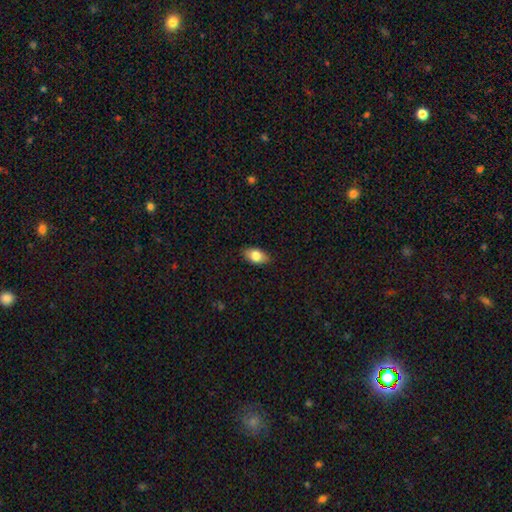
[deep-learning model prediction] Q: Smooth or featured?
A: smooth (80%); runner-up: featured or disk (12%)
Q: How rounded?
A: in between (90%); runner-up: round (7%)
Q: Merging?
A: none (87%); runner-up: minor disturbance (10%)